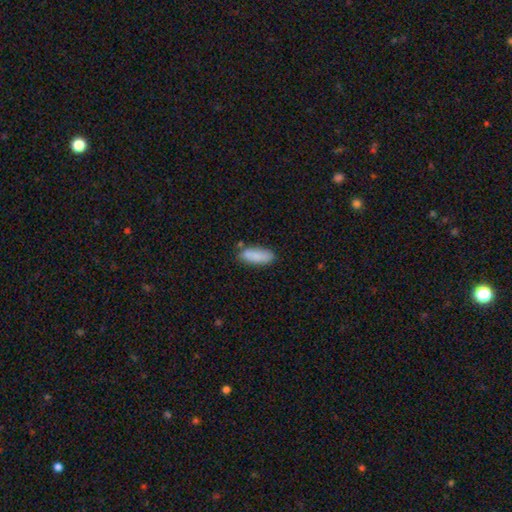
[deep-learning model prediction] This is clearly a smooth galaxy (87%). How rounded: likely in between (72%). Merging: likely none (74%).